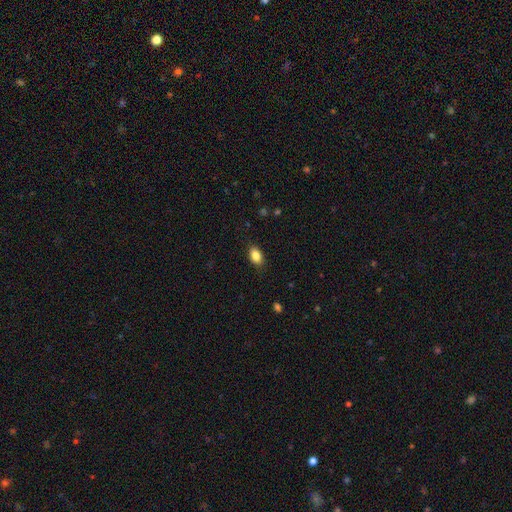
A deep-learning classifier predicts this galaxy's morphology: Q: Smooth or featured?
A: smooth (85%); runner-up: star or artifact (8%)
Q: How rounded?
A: in between (87%); runner-up: round (10%)
Q: Merging?
A: none (86%); runner-up: minor disturbance (11%)